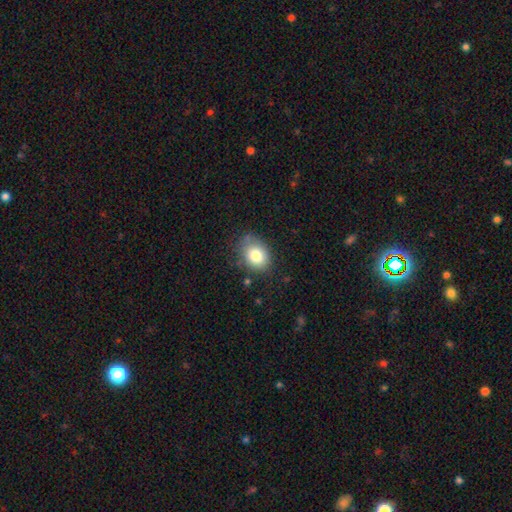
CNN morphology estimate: Q: Smooth or featured?
A: smooth (81%); runner-up: featured or disk (10%)
Q: How rounded?
A: in between (65%); runner-up: round (34%)
Q: Merging?
A: none (72%); runner-up: minor disturbance (20%)